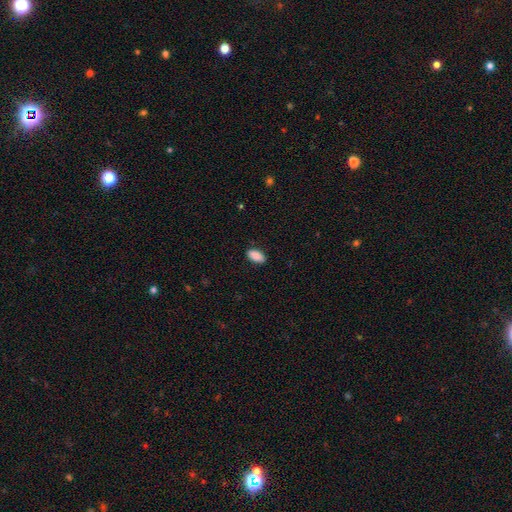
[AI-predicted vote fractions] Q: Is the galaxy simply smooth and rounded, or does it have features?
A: smooth — 90%.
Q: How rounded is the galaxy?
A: in between — 92%.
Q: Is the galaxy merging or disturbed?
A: none — 88%.